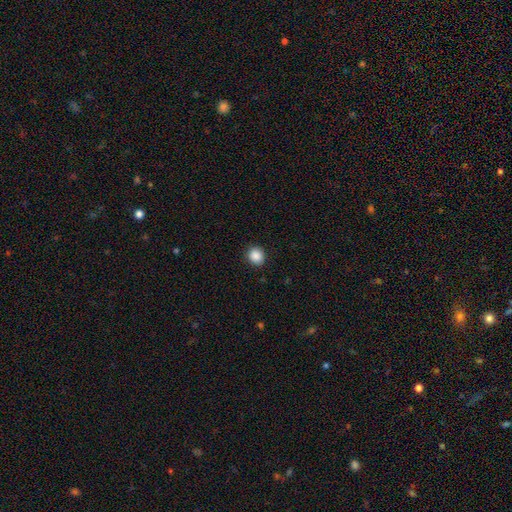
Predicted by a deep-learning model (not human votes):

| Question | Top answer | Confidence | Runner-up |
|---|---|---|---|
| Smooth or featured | smooth | 88% | star or artifact (9%) |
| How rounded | round | 82% | in between (17%) |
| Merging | none | 90% | minor disturbance (7%) |